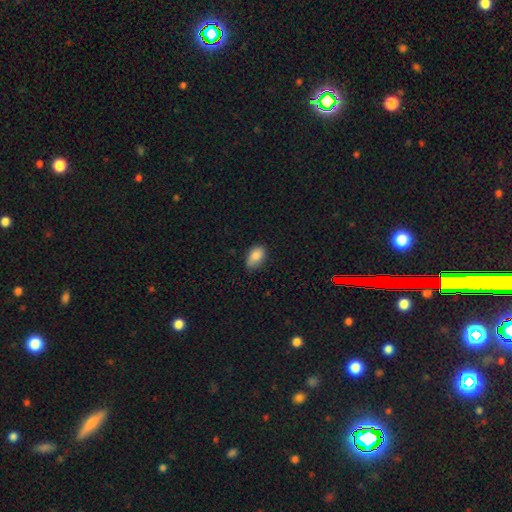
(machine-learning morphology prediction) type=smooth (85%); roundness=in between (90%); merging=none (67%).